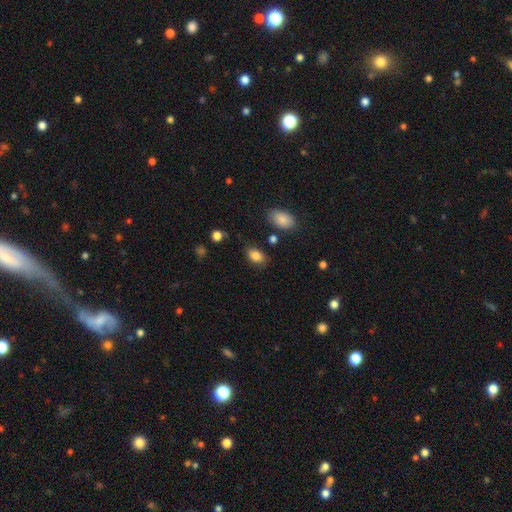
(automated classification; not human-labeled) Overall: smooth (84%). How rounded: in between (86%). Merging: none (72%).